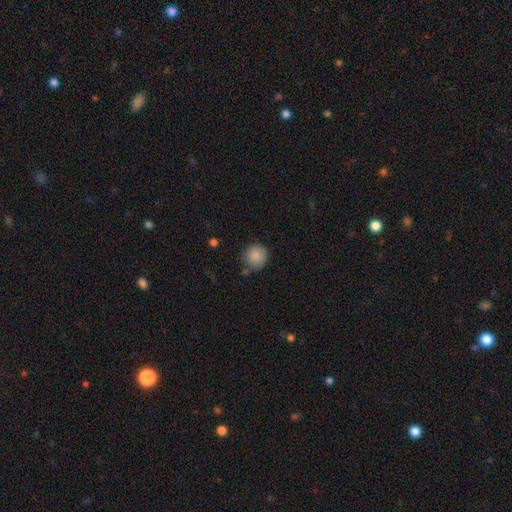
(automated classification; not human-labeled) smooth_or_featured: smooth (p=0.87) [alt: star or artifact p=0.08]
how_rounded: round (p=0.92) [alt: in between p=0.07]
merging: none (p=0.75) [alt: minor disturbance p=0.16]